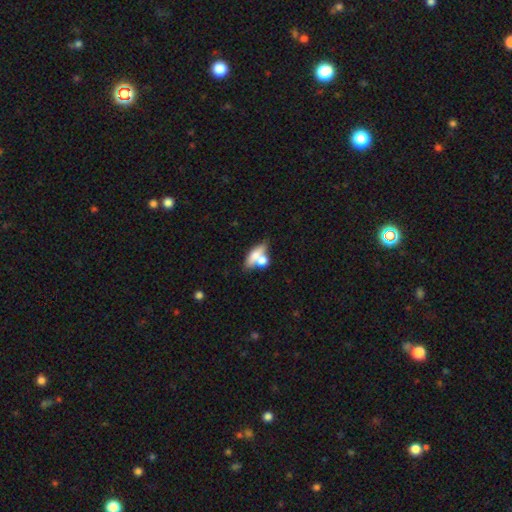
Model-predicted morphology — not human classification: smooth-or-featured: smooth: 61% | featured or disk: 30% | star or artifact: 8%
  how-rounded: in between: 63% | cigar-shaped: 25% | round: 12%
  merging: merger: 48% | none: 34% | minor disturbance: 11% | major disturbance: 7%